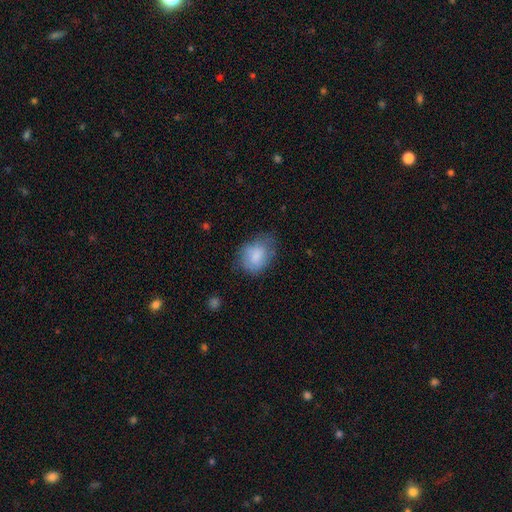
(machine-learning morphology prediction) Smooth or featured? Predicted: smooth (p=0.76). How rounded? Predicted: in between (p=0.58). Merging? Predicted: none (p=0.53).